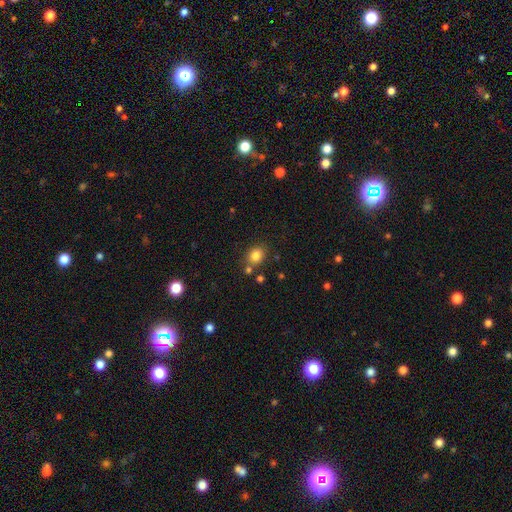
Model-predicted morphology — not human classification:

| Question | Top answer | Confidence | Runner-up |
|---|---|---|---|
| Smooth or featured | smooth | 82% | star or artifact (12%) |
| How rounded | round | 63% | in between (36%) |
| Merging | none | 75% | minor disturbance (11%) |